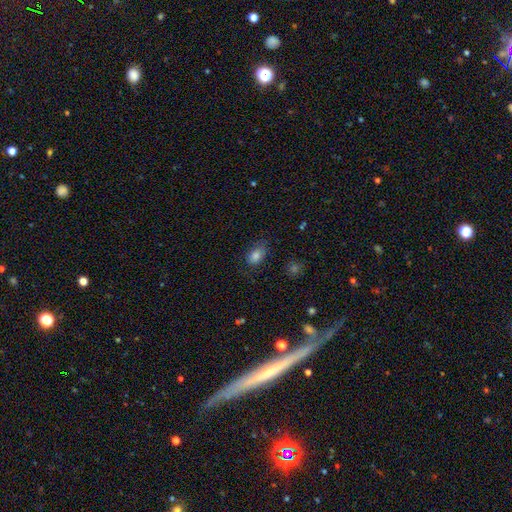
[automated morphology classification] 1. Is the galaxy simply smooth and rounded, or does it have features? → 81% smooth, 11% star or artifact, 8% featured or disk.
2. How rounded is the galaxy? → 83% in between, 15% round, 2% cigar-shaped.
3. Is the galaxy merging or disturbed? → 71% none, 21% minor disturbance, 7% major disturbance, 2% merger.